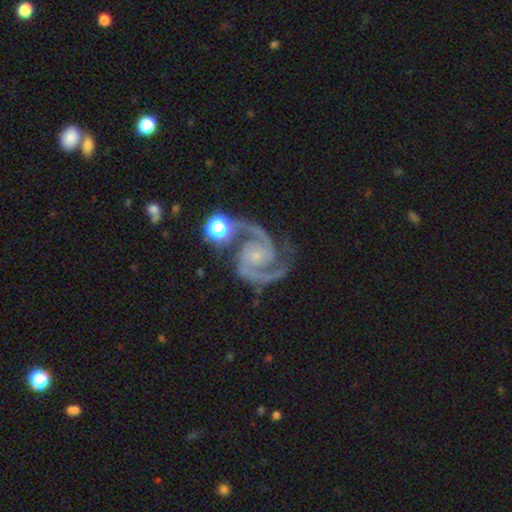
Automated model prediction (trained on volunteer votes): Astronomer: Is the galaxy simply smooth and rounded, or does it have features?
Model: featured or disk — 93%.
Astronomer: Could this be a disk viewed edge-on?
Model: no — 98%.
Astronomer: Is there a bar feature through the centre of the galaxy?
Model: no — 64%.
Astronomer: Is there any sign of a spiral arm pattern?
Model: yes — 99%.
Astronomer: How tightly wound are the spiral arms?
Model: medium — 60%.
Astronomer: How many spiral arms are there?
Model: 2 — 93%.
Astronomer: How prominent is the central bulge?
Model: small — 74%.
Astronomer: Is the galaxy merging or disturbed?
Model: none — 71%.